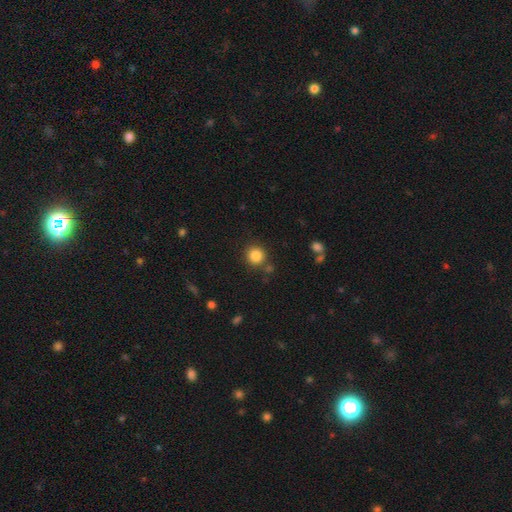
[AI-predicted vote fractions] This is clearly a smooth galaxy (85%). How rounded: clearly round (92%). Merging: clearly none (83%).